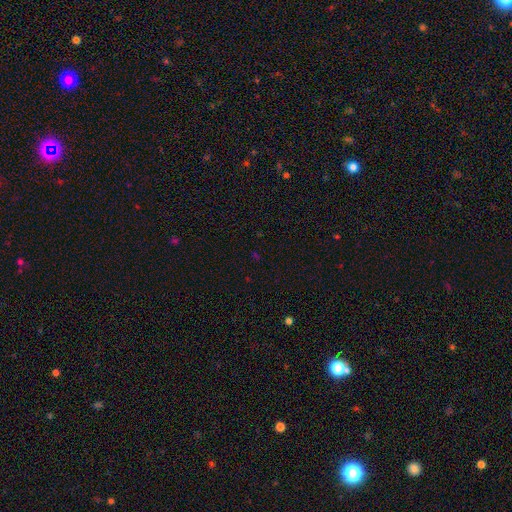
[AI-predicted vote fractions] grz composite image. It shows a star or artifact, not a galaxy (65%).